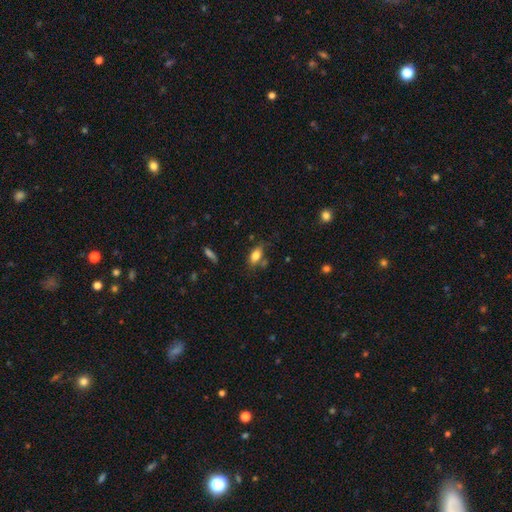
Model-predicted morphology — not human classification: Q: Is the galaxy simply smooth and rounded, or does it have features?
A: smooth — 79%.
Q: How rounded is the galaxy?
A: in between — 86%.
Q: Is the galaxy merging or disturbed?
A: none — 64%.